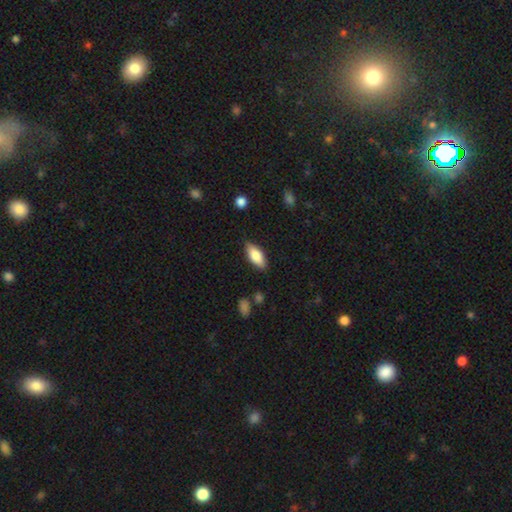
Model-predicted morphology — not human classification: smooth 80%, featured or disk 14%, star or artifact 6%. Down the decision tree: how rounded — in between (81%); merging — none (84%).